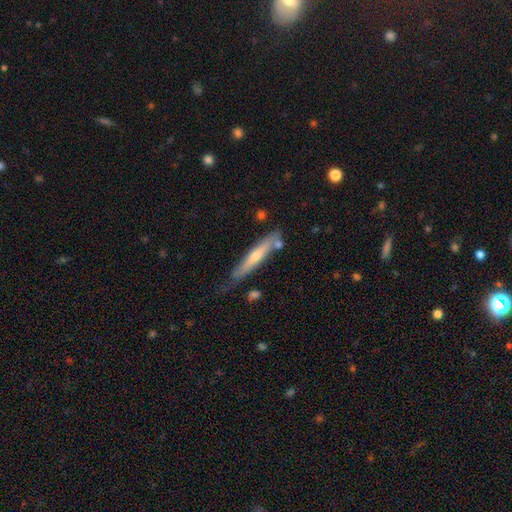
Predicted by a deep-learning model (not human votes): Overall: featured or disk (49%; smooth 45%). Merging: none (65%).